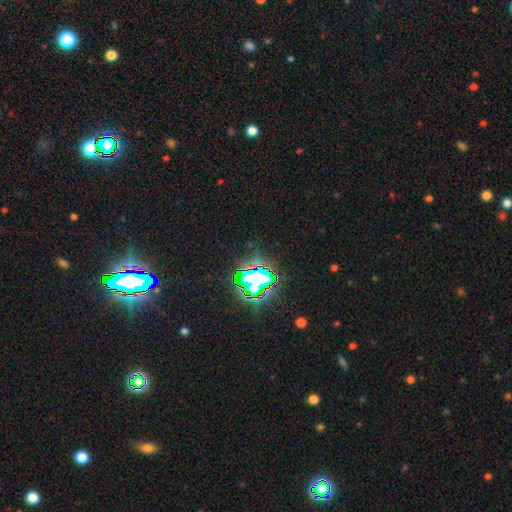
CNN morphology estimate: Smooth or featured: star or artifact — 80% (smooth — 10%)